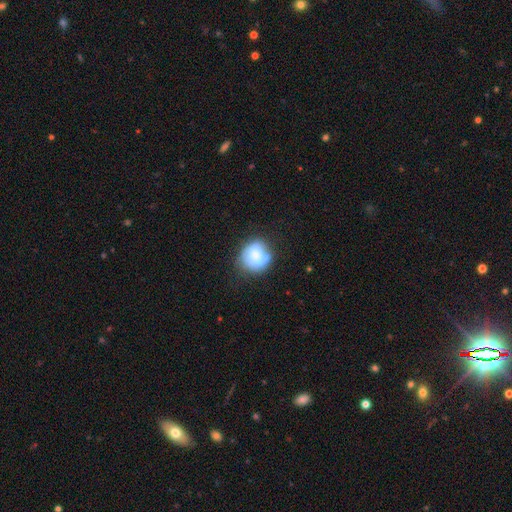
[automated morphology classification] type=smooth (59%); roundness=round (74%); merging=none (51%).